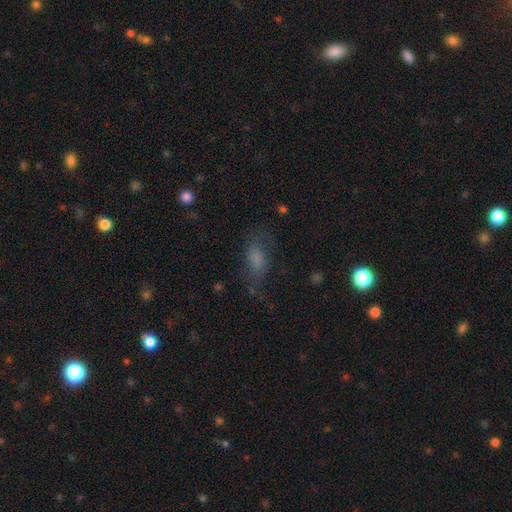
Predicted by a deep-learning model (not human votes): This is possibly a smooth galaxy (55%). How rounded: likely in between (77%). Merging: possibly none (57%).